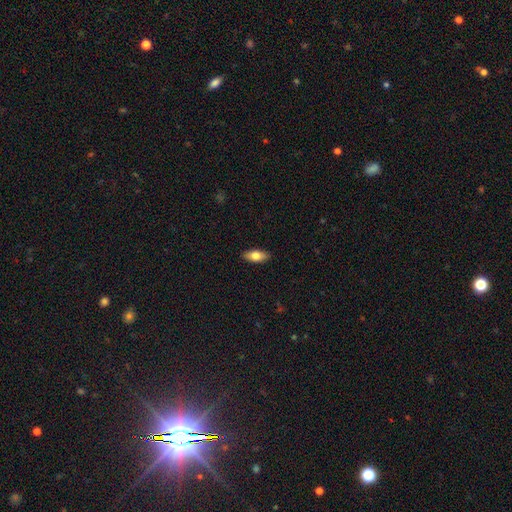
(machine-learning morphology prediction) This appears to be a smooth galaxy with no disk features (75%) that is in between round and cigar-shaped (83%). Merging: none (89%).